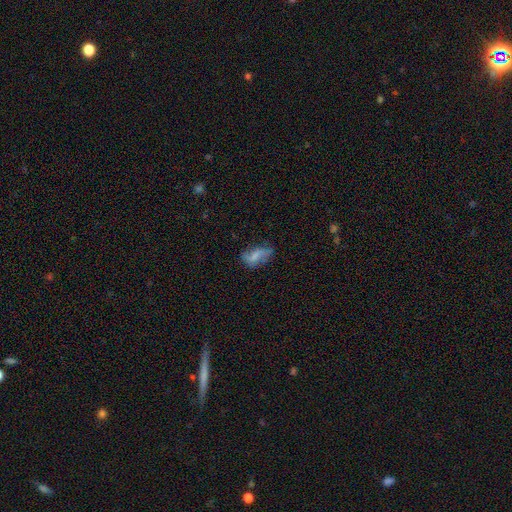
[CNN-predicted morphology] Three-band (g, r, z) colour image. It shows a smooth galaxy with no disk features (48%). Merging: none (50%).